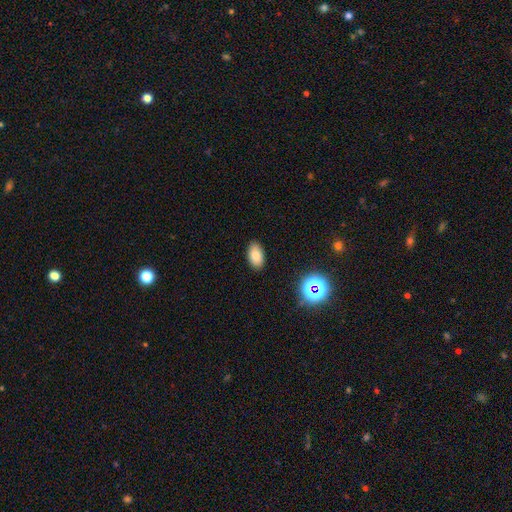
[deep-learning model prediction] A smooth galaxy with no disk features (80%) that is in between round and cigar-shaped (93%).

Vote fractions:
- Smooth or featured? smooth: 80% / star or artifact: 11% / featured or disk: 8%
- How rounded? in between: 93% / round: 5% / cigar-shaped: 2%
- Merging? none: 88% / minor disturbance: 9% / major disturbance: 2% / merger: 1%